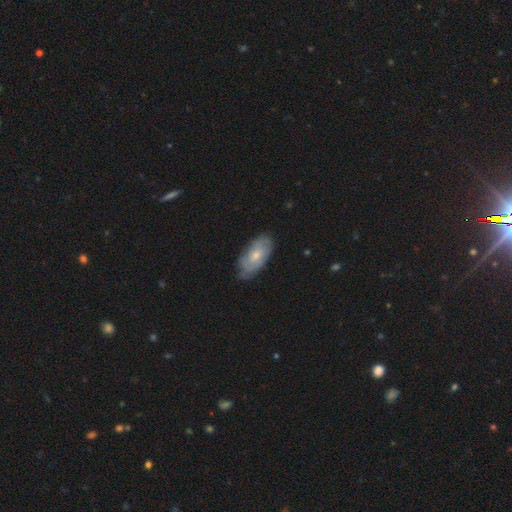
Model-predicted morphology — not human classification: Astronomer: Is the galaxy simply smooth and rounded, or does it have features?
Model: smooth — 48% (runner-up: featured or disk, 46%).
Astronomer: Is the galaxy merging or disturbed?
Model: none — 67%.